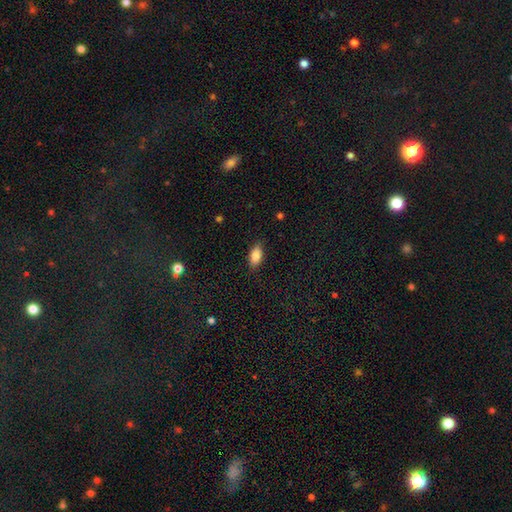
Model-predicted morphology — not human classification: Smooth or featured? Predicted: smooth (p=0.86). How rounded? Predicted: in between (p=0.90). Merging? Predicted: none (p=0.86).